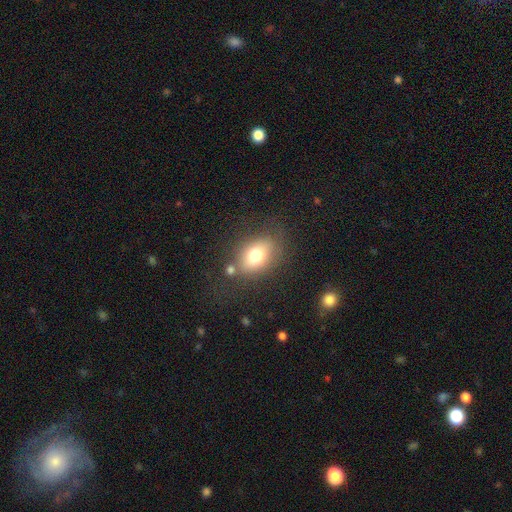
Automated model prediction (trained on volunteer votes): Q: Smooth or featured?
A: smooth (74%); runner-up: featured or disk (16%)
Q: How rounded?
A: in between (75%); runner-up: round (24%)
Q: Merging?
A: none (67%); runner-up: minor disturbance (17%)